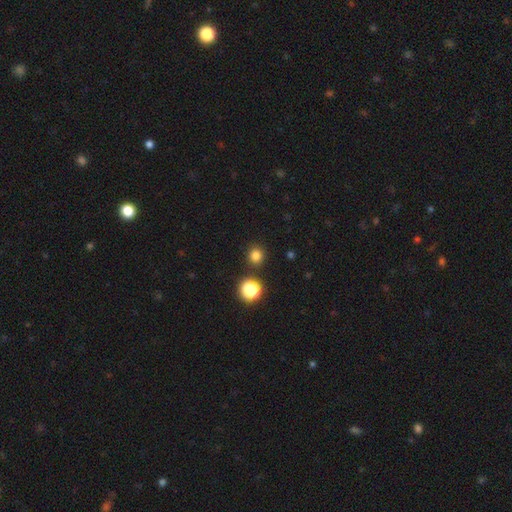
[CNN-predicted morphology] This is likely a smooth galaxy (79%). How rounded: clearly round (92%). Merging: clearly none (89%).